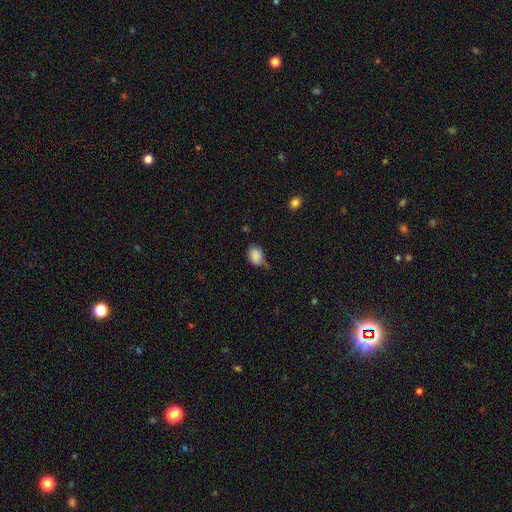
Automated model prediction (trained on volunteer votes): The model was most divided on "merging" (2-way tie): none: 41%, minor disturbance: 41%, major disturbance: 13%, merger: 5%. More confident: smooth or featured — smooth (84%); how rounded — in between (62%).